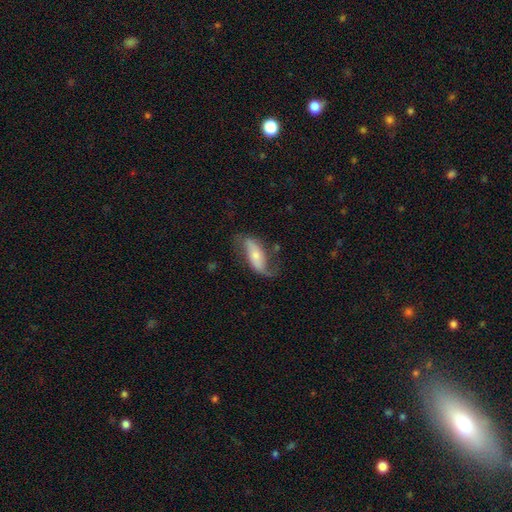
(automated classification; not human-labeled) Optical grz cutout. It shows a featured or disk galaxy (63%) with no bar (48%), spiral arms (87%) and a small central bulge (49%). Merging: none (57%).